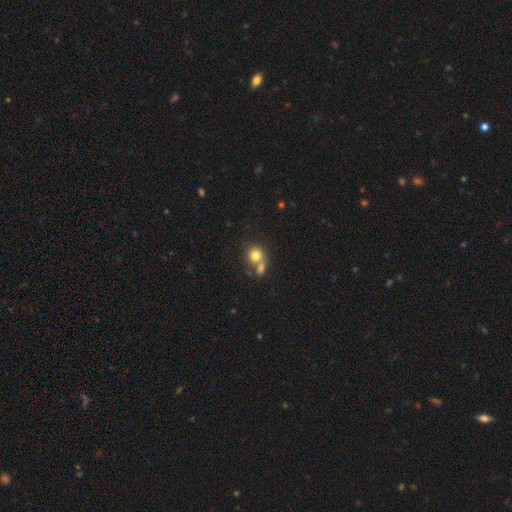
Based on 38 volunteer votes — Smooth or featured? 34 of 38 (89%) said smooth. How rounded? 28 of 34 (82%) said round. Merging? 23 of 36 (64%) said merger.